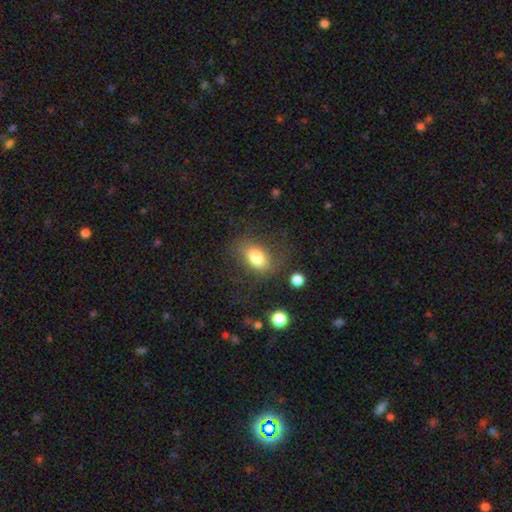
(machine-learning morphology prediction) type=smooth (77%); roundness=in between (82%); merging=none (65%).